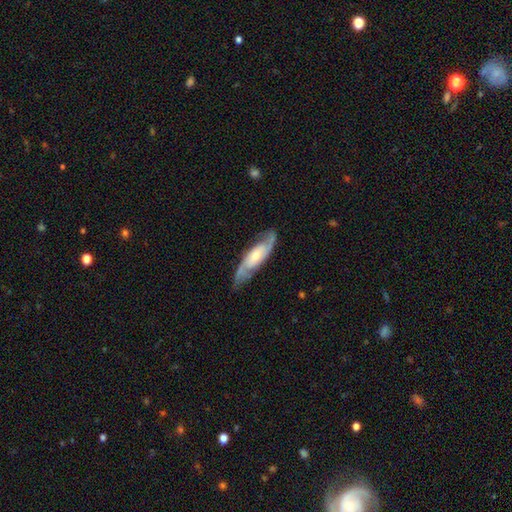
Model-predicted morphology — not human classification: Smooth or featured: featured or disk — 80% (smooth — 15%)
Edge-on disk: no — 84% (yes — 16%)
Bar: no — 58% (weak — 31%)
Spiral arms: yes — 94% (no — 6%)
Spiral winding: medium — 47% (tight — 31%)
Spiral arm count: 2 — 84% (can't tell — 9%)
Bulge size: moderate — 46% (small — 43%)
Merging: none — 76% (minor disturbance — 17%)